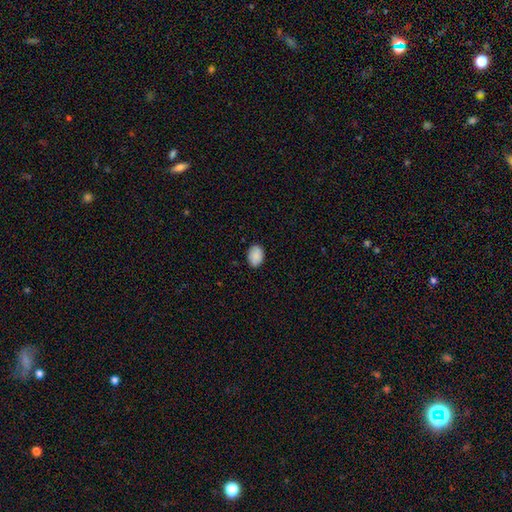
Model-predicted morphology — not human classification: Smooth or featured? Predicted: smooth (p=0.89). How rounded? Predicted: in between (p=0.79). Merging? Predicted: none (p=0.84).